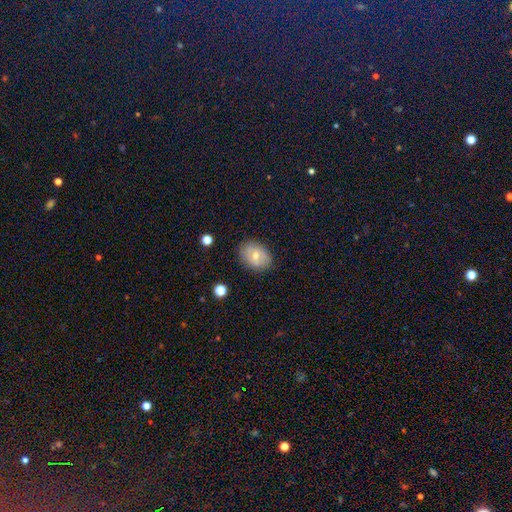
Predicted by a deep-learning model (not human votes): smooth 53%, featured or disk 34%, star or artifact 12%. Down the decision tree: how rounded — in between (66%); merging — none (84%).